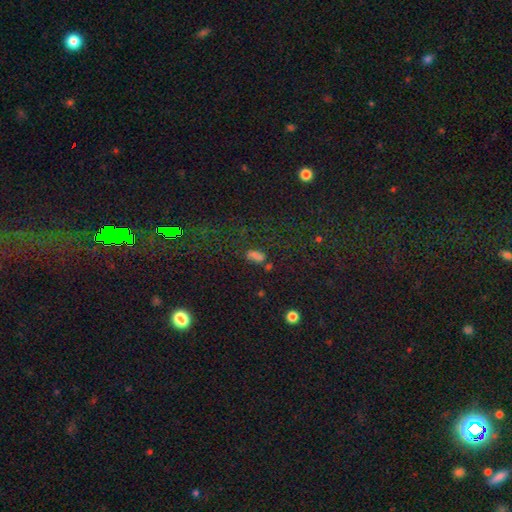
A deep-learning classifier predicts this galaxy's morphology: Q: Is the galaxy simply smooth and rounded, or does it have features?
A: smooth — 53%.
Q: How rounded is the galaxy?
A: in between — 76%.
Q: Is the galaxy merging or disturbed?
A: none — 55%.